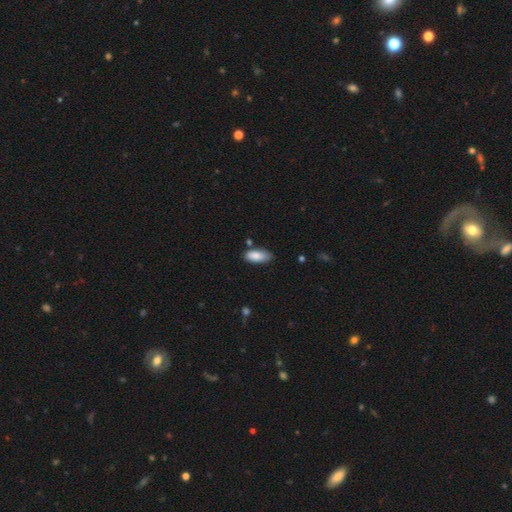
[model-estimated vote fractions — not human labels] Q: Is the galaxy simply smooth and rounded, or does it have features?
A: smooth — 86%.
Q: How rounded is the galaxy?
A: in between — 87%.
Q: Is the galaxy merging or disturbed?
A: none — 72%.